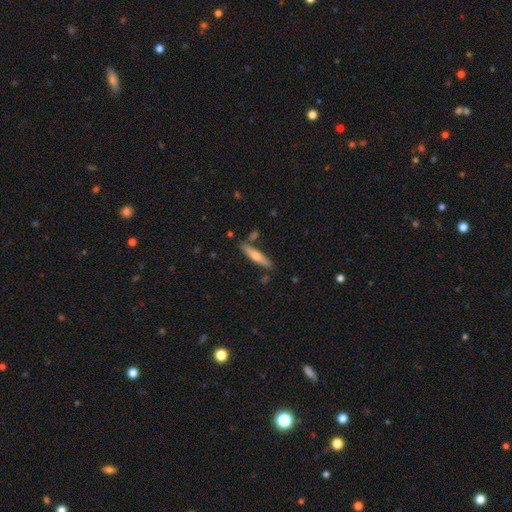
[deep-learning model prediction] A smooth galaxy with no disk features (56%) that is cigar-shaped (86%).

Vote fractions:
- Smooth or featured? smooth: 56% / featured or disk: 39% / star or artifact: 6%
- How rounded? cigar-shaped: 86% / in between: 13% / round: 2%
- Merging? none: 82% / minor disturbance: 10% / merger: 6% / major disturbance: 2%